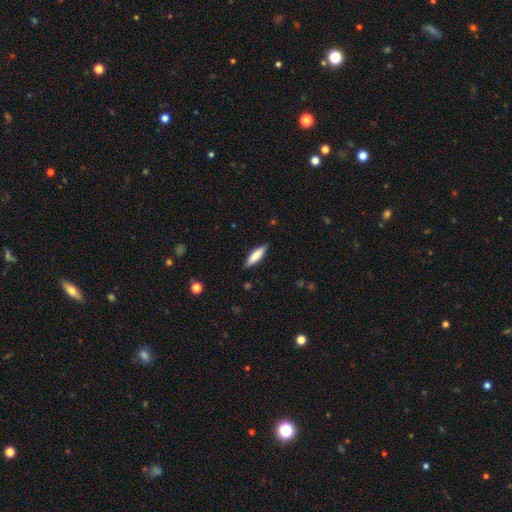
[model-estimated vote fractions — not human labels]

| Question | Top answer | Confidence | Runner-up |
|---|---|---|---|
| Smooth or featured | smooth | 78% | featured or disk (16%) |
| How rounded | cigar-shaped | 62% | in between (36%) |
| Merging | none | 87% | minor disturbance (10%) |